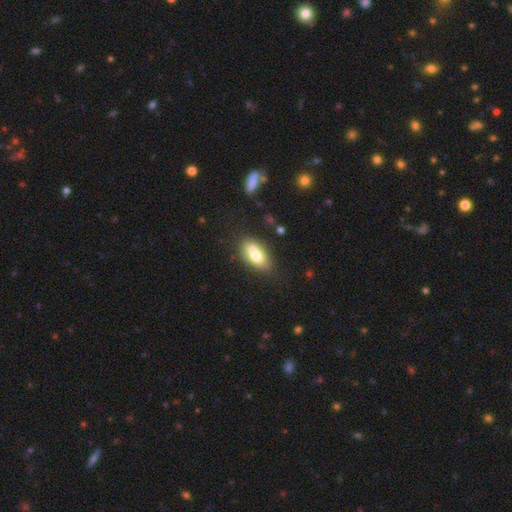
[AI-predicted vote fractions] smooth 70%, featured or disk 22%, star or artifact 8%. Down the decision tree: how rounded — in between (87%); merging — none (60%).